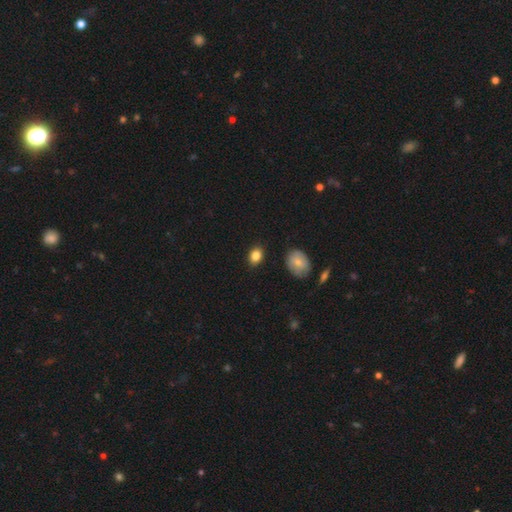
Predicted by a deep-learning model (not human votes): This appears to be a smooth galaxy with no disk features (84%) that is in between round and cigar-shaped (71%). Merging: none (87%).